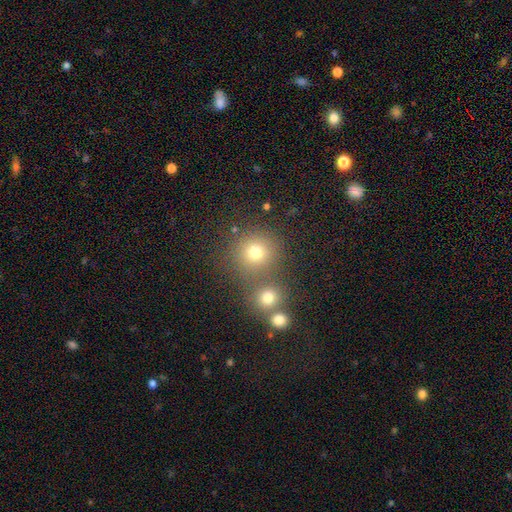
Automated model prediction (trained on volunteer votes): The model was most divided on "smooth or featured": smooth: 54%, star or artifact: 36%, featured or disk: 10%. More confident: how rounded — round (86%); merging — none (59%).